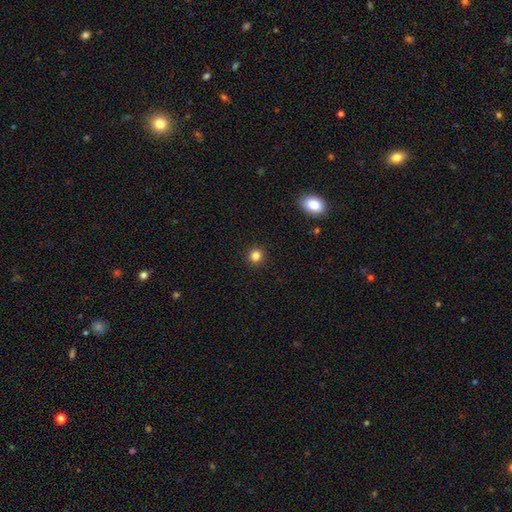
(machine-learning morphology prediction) This appears to be a smooth galaxy with no disk features (83%) that is round (93%). Merging: none (93%).